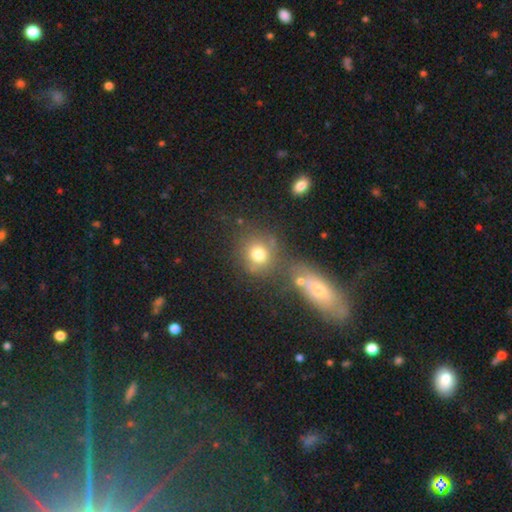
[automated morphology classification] A smooth galaxy with no disk features (72%) that is round (78%).

Vote fractions:
- Smooth or featured? smooth: 72% / star or artifact: 15% / featured or disk: 12%
- How rounded? round: 78% / in between: 20% / cigar-shaped: 2%
- Merging? none: 58% / merger: 25% / minor disturbance: 11% / major disturbance: 6%